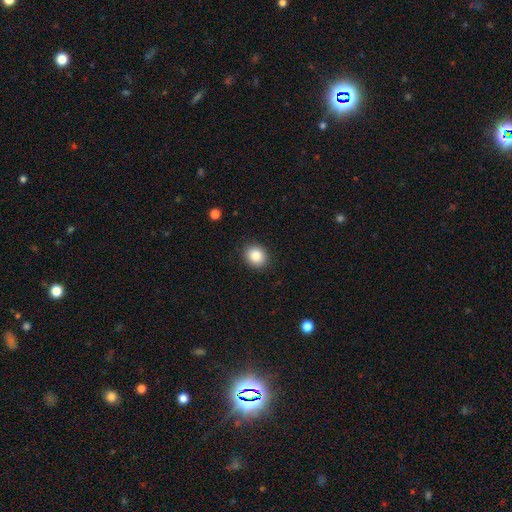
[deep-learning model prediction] A smooth galaxy with no disk features (84%) that is round (68%). Merging: none (90%).